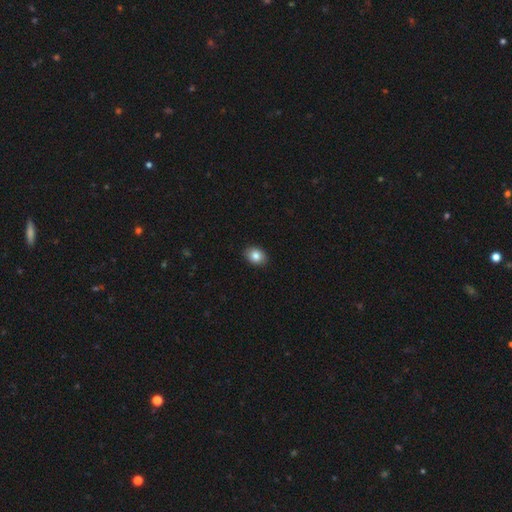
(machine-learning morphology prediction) Smooth or featured? Predicted: smooth (p=0.84). How rounded? Predicted: in between (p=0.67). Merging? Predicted: none (p=0.90).